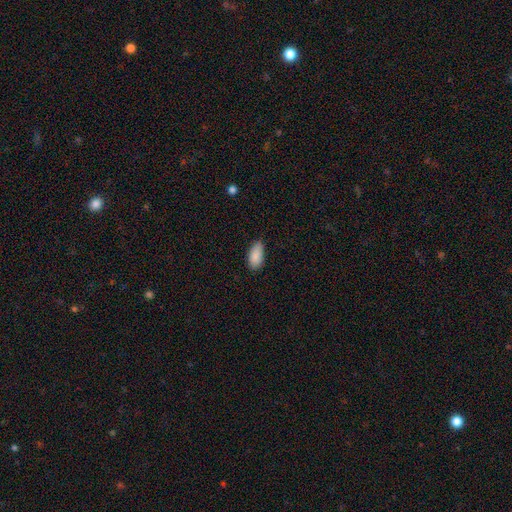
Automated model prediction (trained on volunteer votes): A smooth galaxy with no disk features (89%) that is in between round and cigar-shaped (92%). Merging: none (78%).